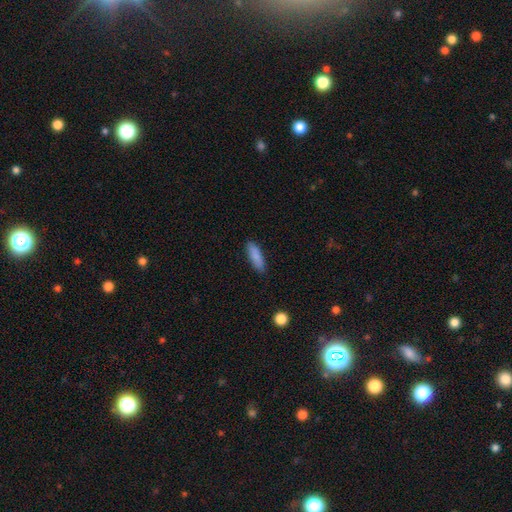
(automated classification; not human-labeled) Smooth or featured: smooth — 86% (featured or disk — 8%)
How rounded: in between — 51% (cigar-shaped — 48%)
Merging: none — 85% (minor disturbance — 11%)